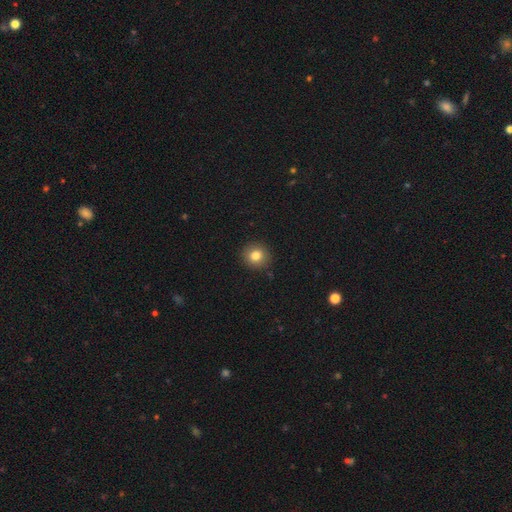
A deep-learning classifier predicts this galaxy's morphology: Overall: smooth (81%). How rounded: round (89%). Merging: none (90%).